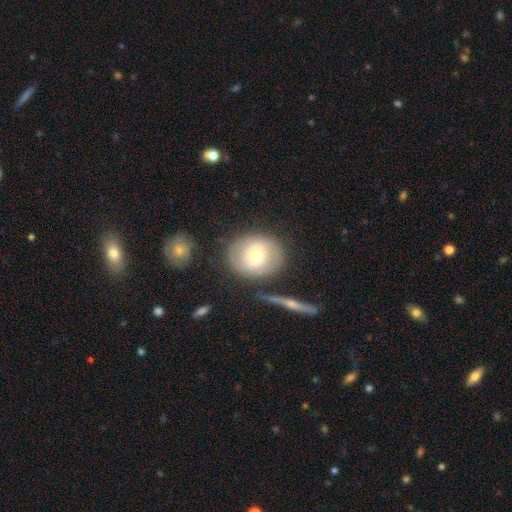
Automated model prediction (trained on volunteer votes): This appears to be a smooth galaxy with no disk features (60%) that is round (73%). Merging: none (77%).